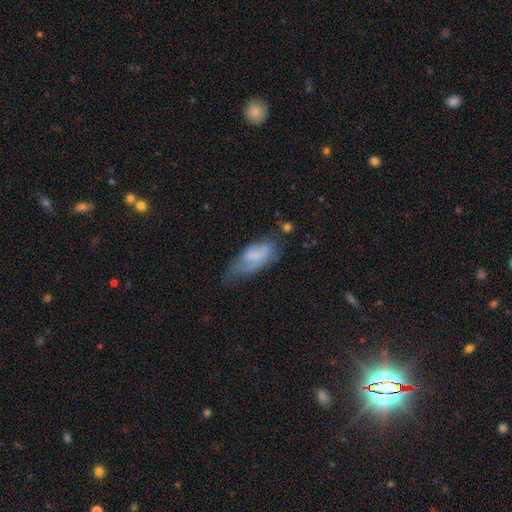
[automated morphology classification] A smooth galaxy with no disk features (59%) that is in between round and cigar-shaped (78%).

Vote fractions:
- Smooth or featured? smooth: 59% / featured or disk: 33% / star or artifact: 8%
- How rounded? in between: 78% / cigar-shaped: 20% / round: 2%
- Merging? none: 37% (tied) / minor disturbance: 37% (tied) / major disturbance: 21% / merger: 5%